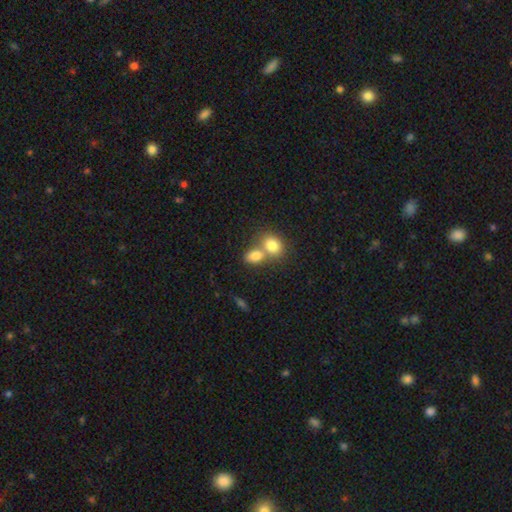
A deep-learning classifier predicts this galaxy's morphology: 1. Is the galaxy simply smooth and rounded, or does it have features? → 80% smooth, 10% featured or disk, 9% star or artifact.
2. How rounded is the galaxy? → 67% in between, 31% round, 2% cigar-shaped.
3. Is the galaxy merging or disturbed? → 59% merger, 30% none, 7% minor disturbance, 3% major disturbance.